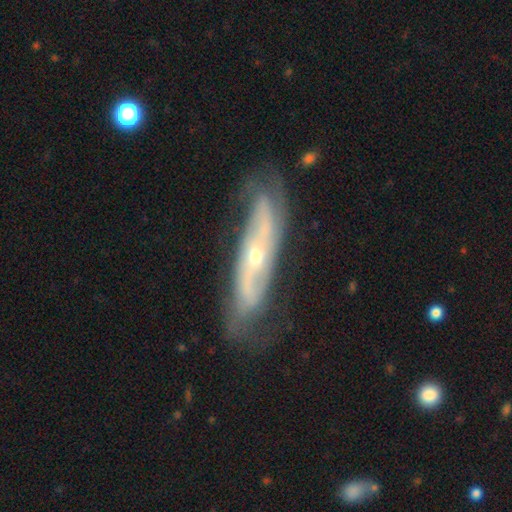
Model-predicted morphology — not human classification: Smooth or featured? Predicted: featured or disk (p=0.80). Edge-on disk? Predicted: no (p=0.72). Bar? Predicted: no (p=0.61). Spiral arms? Predicted: yes (p=0.85). Bulge size? Predicted: small (p=0.62). Merging? Predicted: none (p=0.70).